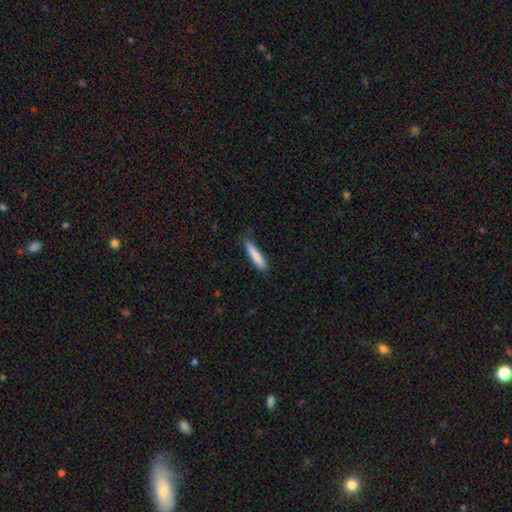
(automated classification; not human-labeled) This appears to be a smooth galaxy with no disk features (83%) that is cigar-shaped (88%). Merging: none (84%).